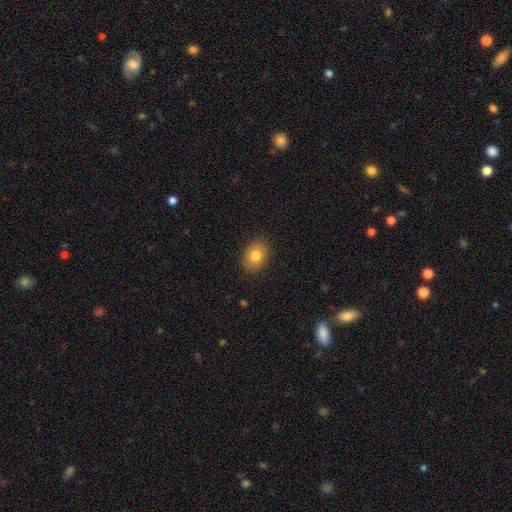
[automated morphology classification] Q: Smooth or featured?
A: smooth (81%); runner-up: featured or disk (10%)
Q: How rounded?
A: in between (69%); runner-up: round (30%)
Q: Merging?
A: none (88%); runner-up: minor disturbance (9%)